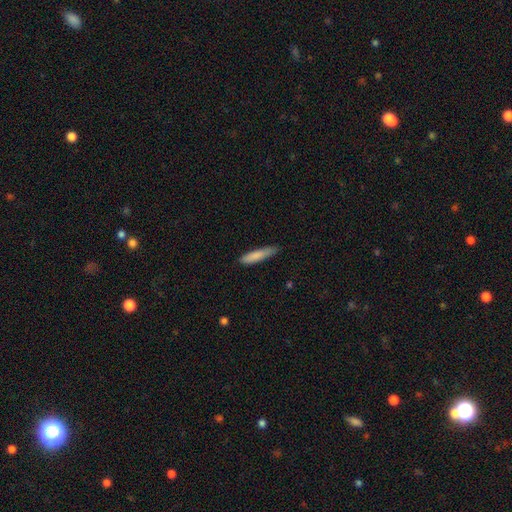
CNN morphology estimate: The model was most divided on "merging": none: 72%, minor disturbance: 23%, major disturbance: 3%, merger: 1%. More confident: smooth or featured — smooth (84%); how rounded — cigar-shaped (83%).